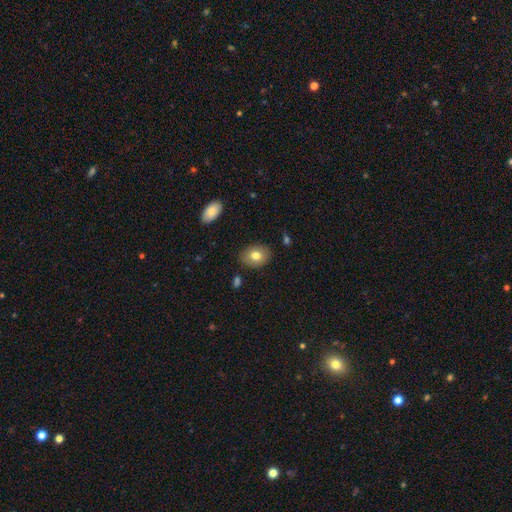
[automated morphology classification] The model was most divided on "how rounded": in between: 69%, round: 30%, cigar-shaped: 1%. More confident: merging — none (85%); smooth or featured — smooth (75%).